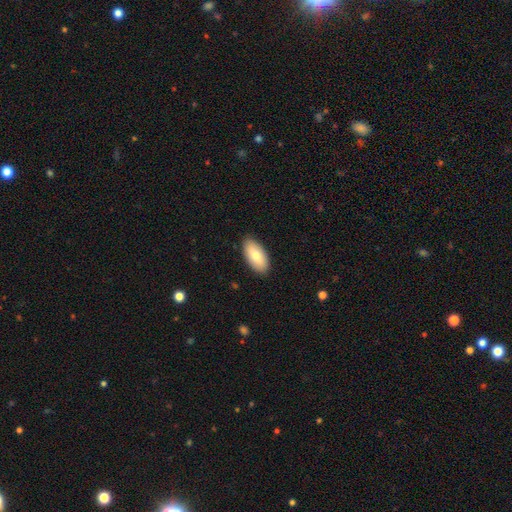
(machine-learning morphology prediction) Smooth or featured?
  - smooth: 77% *
  - featured or disk: 17%
  - star or artifact: 6%
How rounded?
  - in between: 93% *
  - cigar-shaped: 5%
  - round: 2%
Merging?
  - none: 88% *
  - minor disturbance: 10%
  - major disturbance: 2%
  - merger: 1%